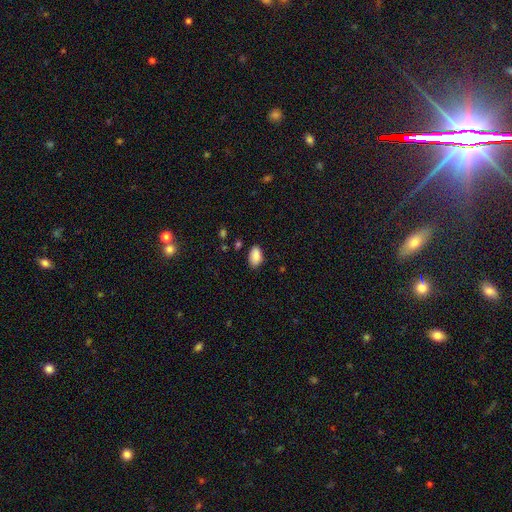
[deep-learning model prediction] A smooth galaxy with no disk features (89%) that is in between round and cigar-shaped (93%). Merging: none (81%).